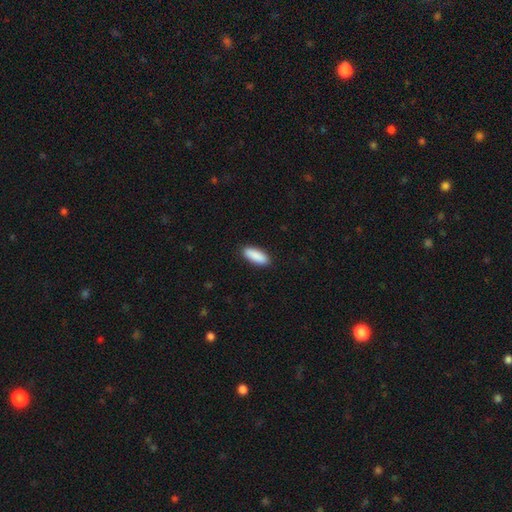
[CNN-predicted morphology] Overall: smooth (91%). How rounded: in between (70%). Merging: none (90%).